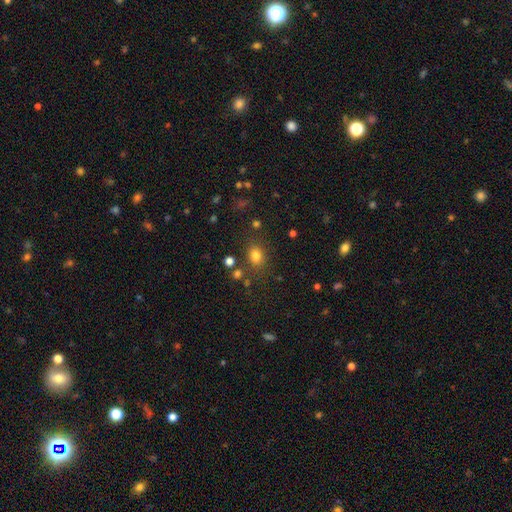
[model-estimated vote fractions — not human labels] Smooth or featured? smooth (79%)
How rounded? in between (50%)
Merging? none (78%)